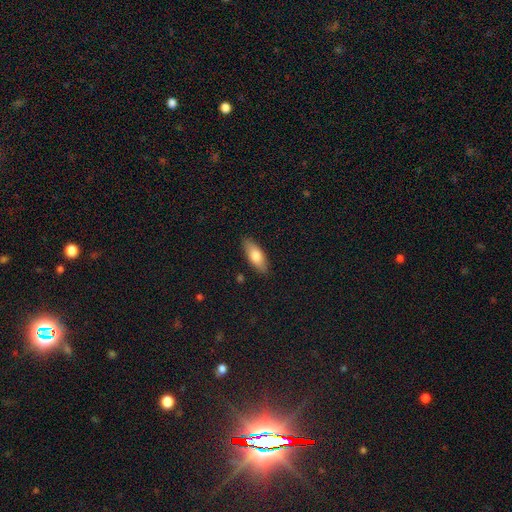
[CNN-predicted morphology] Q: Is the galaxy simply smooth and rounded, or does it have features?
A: smooth — 76%.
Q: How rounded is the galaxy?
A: in between — 75%.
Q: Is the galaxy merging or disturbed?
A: none — 87%.